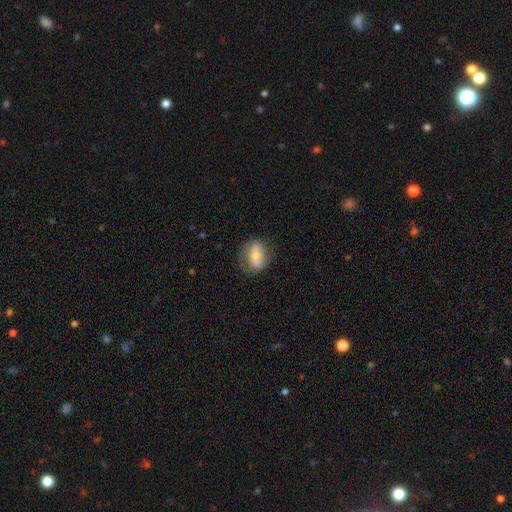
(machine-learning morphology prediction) type=smooth (56%); roundness=in between (66%); merging=none (72%).